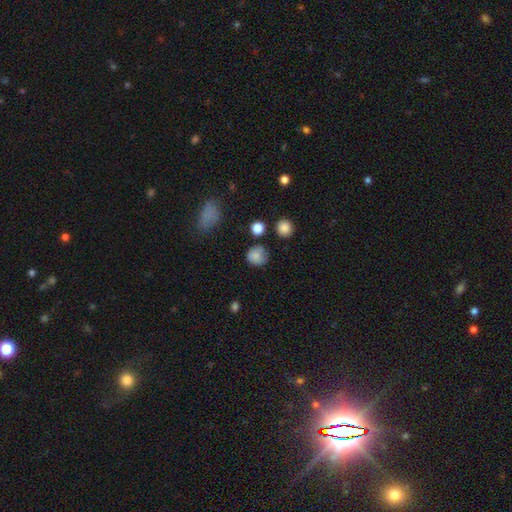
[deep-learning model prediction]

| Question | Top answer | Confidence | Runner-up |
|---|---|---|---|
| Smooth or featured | smooth | 82% | star or artifact (11%) |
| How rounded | round | 85% | in between (14%) |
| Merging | none | 67% | minor disturbance (22%) |